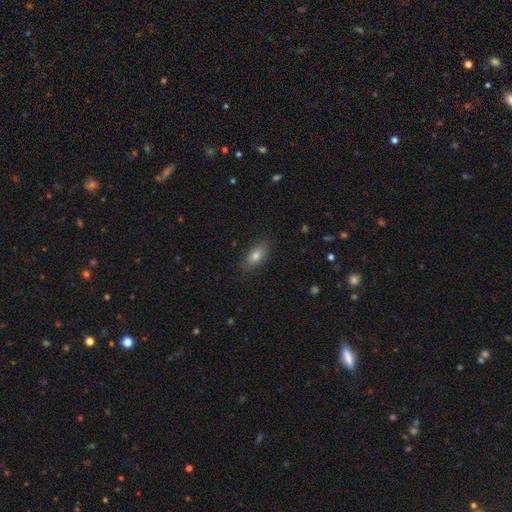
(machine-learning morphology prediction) The model was most divided on "smooth or featured": smooth: 78%, featured or disk: 13%, star or artifact: 9%. More confident: merging — none (85%); how rounded — in between (83%).